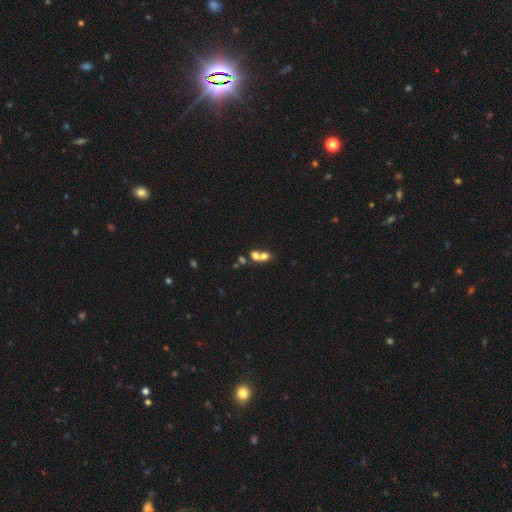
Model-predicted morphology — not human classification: A smooth galaxy with no disk features (66%) that is round (52%).

Vote fractions:
- Smooth or featured? smooth: 66% / featured or disk: 20% / star or artifact: 14%
- How rounded? round: 52% / in between: 46% / cigar-shaped: 3%
- Merging? merger: 67% / none: 24% / minor disturbance: 5% / major disturbance: 4%